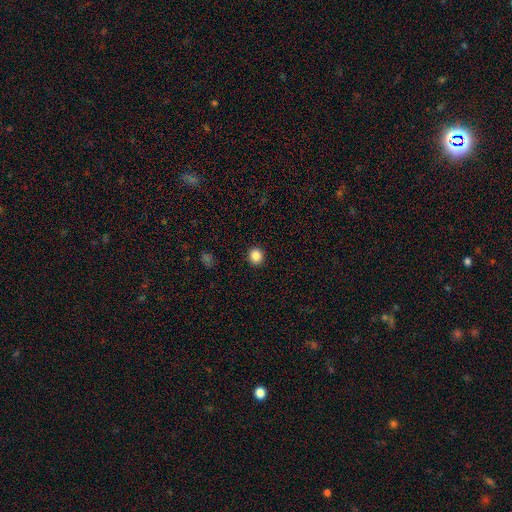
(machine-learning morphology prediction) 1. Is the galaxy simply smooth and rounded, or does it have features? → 86% smooth, 11% star or artifact, 3% featured or disk.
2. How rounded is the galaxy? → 87% round, 12% in between, 1% cigar-shaped.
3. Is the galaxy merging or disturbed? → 92% none, 5% minor disturbance, 2% major disturbance, 1% merger.